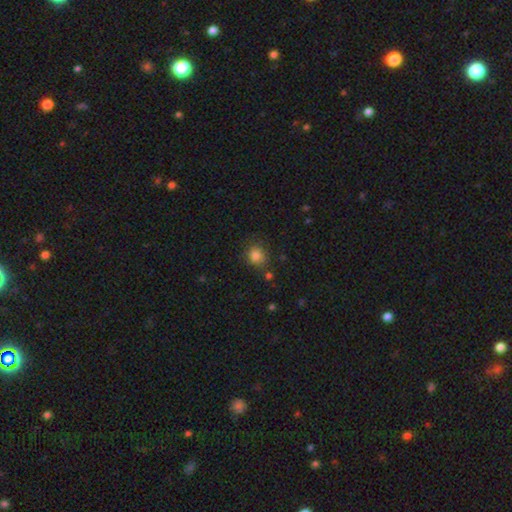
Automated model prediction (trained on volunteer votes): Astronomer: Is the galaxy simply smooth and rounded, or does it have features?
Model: smooth — 83%.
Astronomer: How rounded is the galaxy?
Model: round — 80%.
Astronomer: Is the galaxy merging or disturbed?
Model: none — 79%.